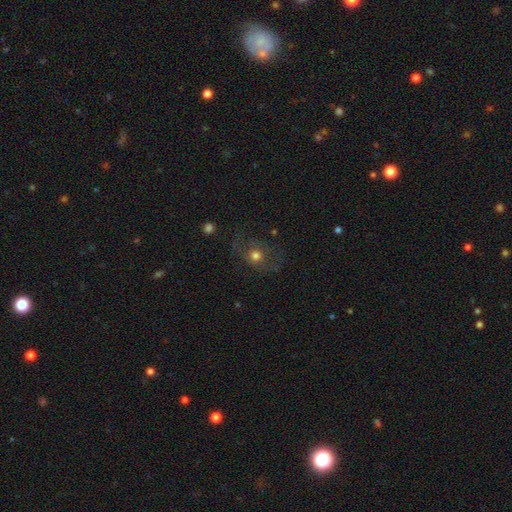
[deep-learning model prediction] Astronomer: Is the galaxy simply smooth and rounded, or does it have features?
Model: smooth — 56%.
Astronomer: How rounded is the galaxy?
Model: round — 71%.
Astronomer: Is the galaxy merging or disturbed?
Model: none — 61%.